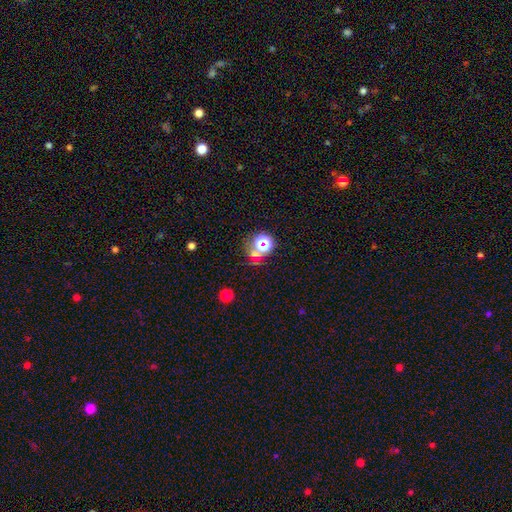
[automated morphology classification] Smooth or featured?
  - star or artifact: 59% *
  - smooth: 30%
  - featured or disk: 11%